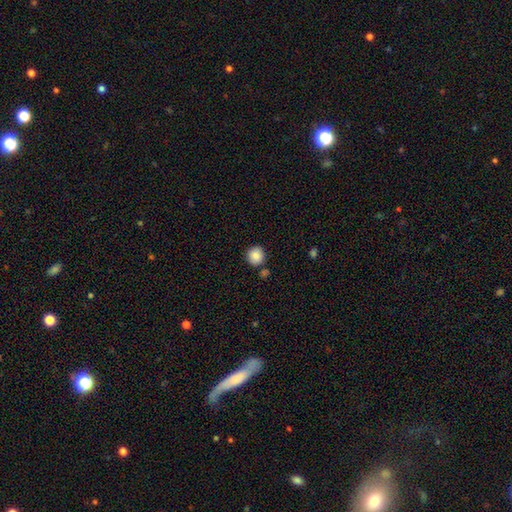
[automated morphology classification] type=smooth (86%); roundness=round (92%); merging=none (82%).